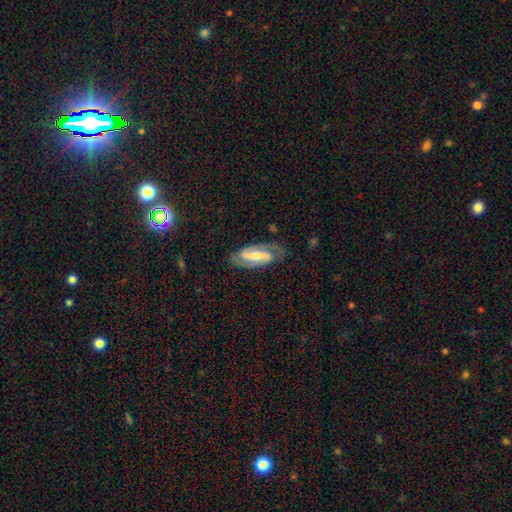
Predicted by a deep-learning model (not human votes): Morphology: type=featured or disk (83%); edge-on=no (93%); bar=strong (58%); spiral arms=yes (94%); winding=medium (48%); arm count=2 (90%); bulge=small (47%); merging=none (79%).